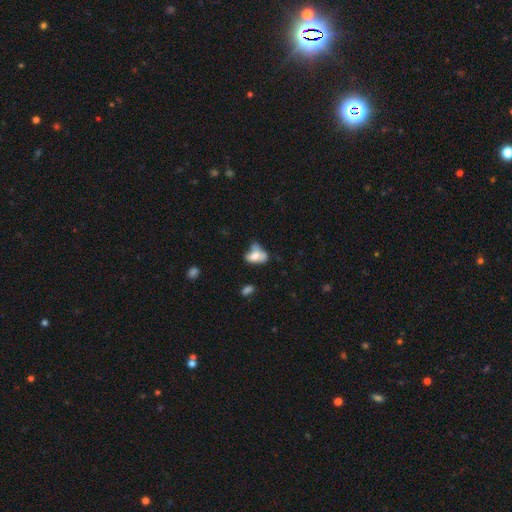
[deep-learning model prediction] This is possibly a smooth galaxy (60%). How rounded: likely in between (79%). Merging: marginally merger (32%).